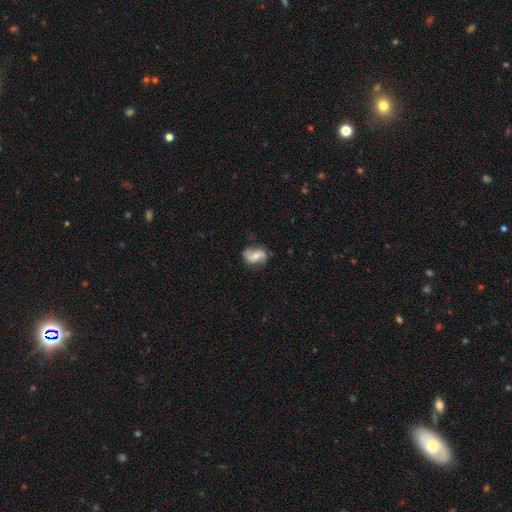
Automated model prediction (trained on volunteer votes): A featured or disk galaxy (62%) with no bar (47%), 2 (86%) loose (51%) spiral arms (85%) and a moderate central bulge (53%). Merging: none (64%).